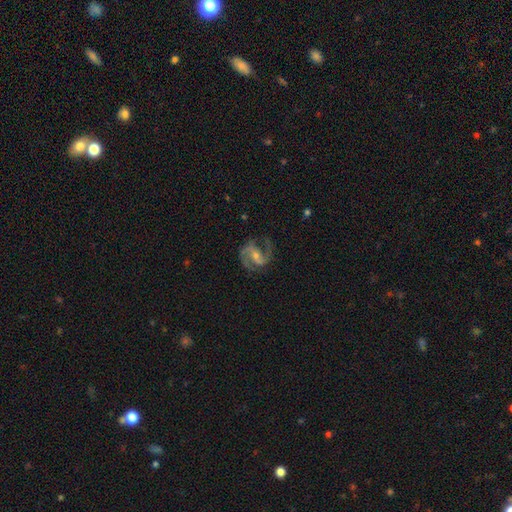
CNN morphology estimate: Smooth or featured: featured or disk — 89% (smooth — 6%)
Edge-on disk: no — 98% (yes — 2%)
Bar: weak — 47% (strong — 27%)
Spiral arms: yes — 97% (no — 3%)
Spiral winding: medium — 61% (loose — 23%)
Spiral arm count: 2 — 89% (3 — 4%)
Bulge size: small — 52% (moderate — 39%)
Merging: none — 73% (minor disturbance — 16%)